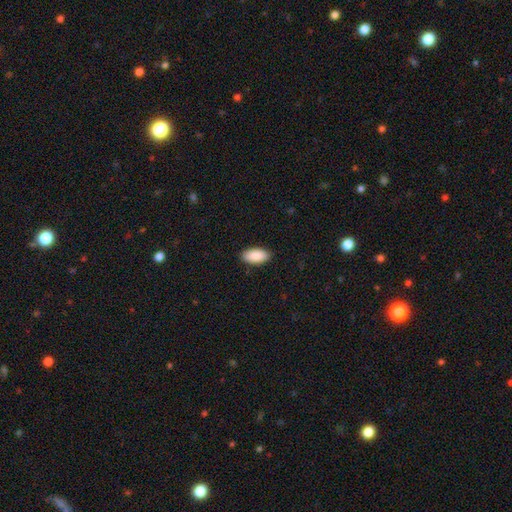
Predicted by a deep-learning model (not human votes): This is clearly a smooth galaxy (91%). How rounded: clearly in between (94%). Merging: clearly none (90%).